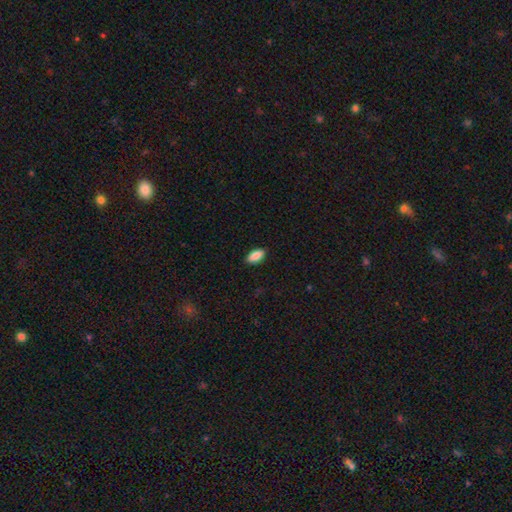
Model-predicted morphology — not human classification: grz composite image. It shows a smooth galaxy with no disk features (88%) that is in between round and cigar-shaped (90%). Merging: none (89%).